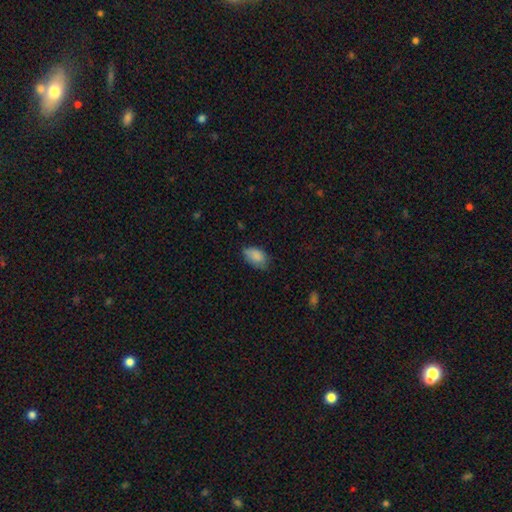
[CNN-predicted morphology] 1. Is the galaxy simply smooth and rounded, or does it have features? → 86% smooth, 7% star or artifact, 7% featured or disk.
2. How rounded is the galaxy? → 90% in between, 8% round, 1% cigar-shaped.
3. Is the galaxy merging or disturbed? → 62% none, 30% minor disturbance, 6% major disturbance, 1% merger.